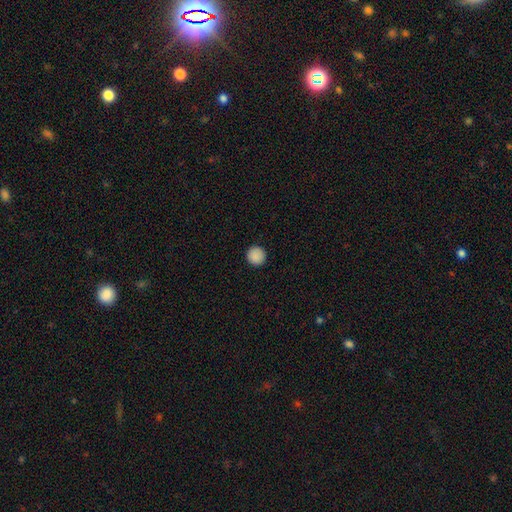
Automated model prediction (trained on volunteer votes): Overall: smooth (89%). How rounded: round (95%). Merging: none (93%).